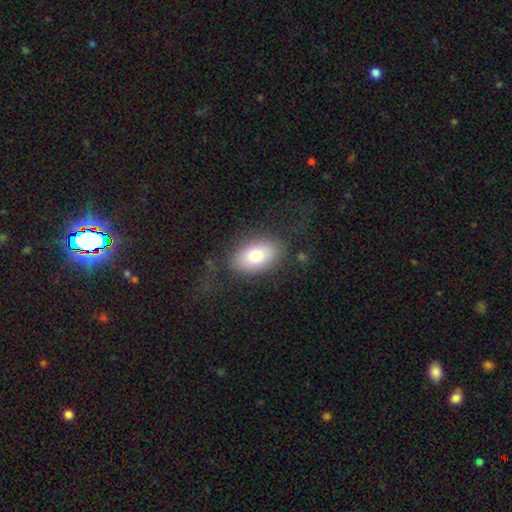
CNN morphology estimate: Smooth or featured?
  - smooth: 77% *
  - featured or disk: 16%
  - star or artifact: 7%
How rounded?
  - in between: 90% *
  - round: 8%
  - cigar-shaped: 1%
Merging?
  - none: 72% *
  - minor disturbance: 15%
  - major disturbance: 12%
  - merger: 2%